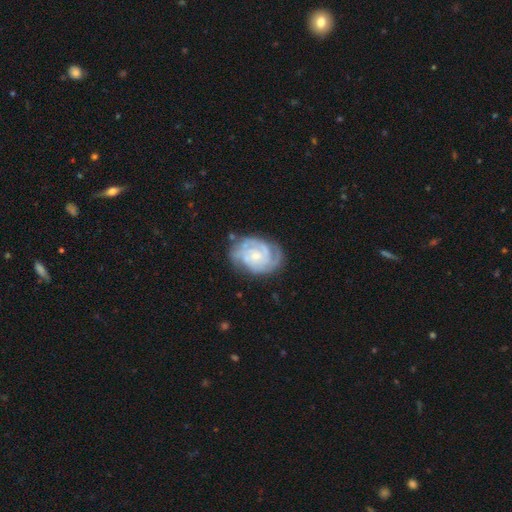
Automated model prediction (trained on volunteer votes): This is clearly a featured or disk galaxy (85%). It is clearly not viewed edge-on (98%). Bar: likely no (68%). Spiral arm pattern: clearly yes (96%). Spiral arm count: marginally 2 (29%). Spiral winding: likely tight (68%). Central bulge: likely small (64%). Merging: likely none (72%).